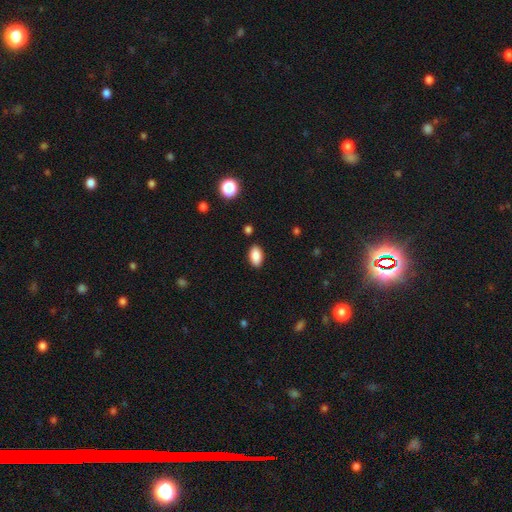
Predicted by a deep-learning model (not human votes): This appears to be a smooth galaxy with no disk features (88%) that is in between round and cigar-shaped (93%). Merging: none (88%).